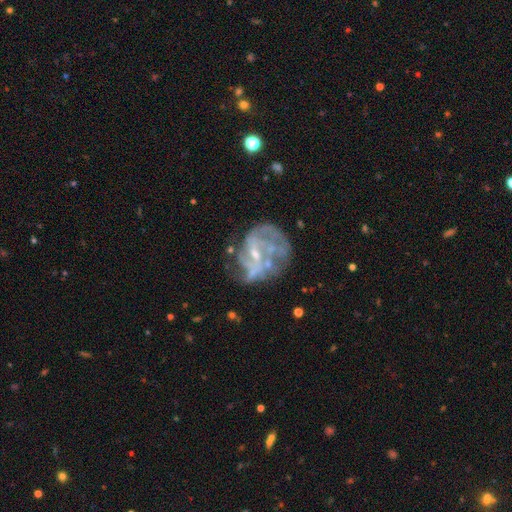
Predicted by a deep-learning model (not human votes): Smooth or featured? featured or disk (77%)
Edge-on disk? no (98%)
Bar? no (46%)
Spiral arms? yes (68%)
Spiral winding? medium (39%)
Spiral arm count? can't tell (40%)
Bulge size? small (64%)
Merging? none (42%)